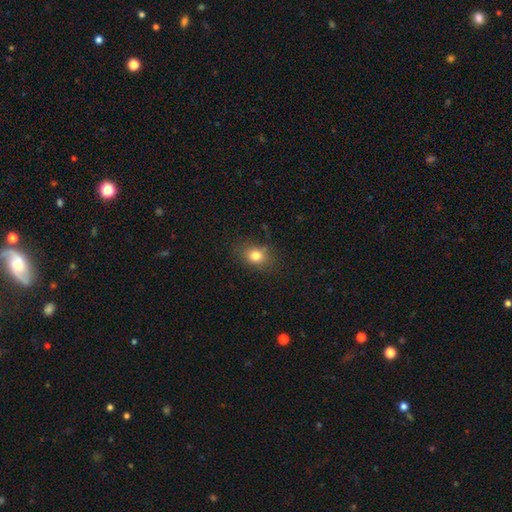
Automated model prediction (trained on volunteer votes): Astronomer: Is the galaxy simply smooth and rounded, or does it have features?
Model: smooth — 79%.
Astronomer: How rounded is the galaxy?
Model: in between — 55% (runner-up: round, 43%).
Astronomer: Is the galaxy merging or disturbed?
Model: none — 80%.